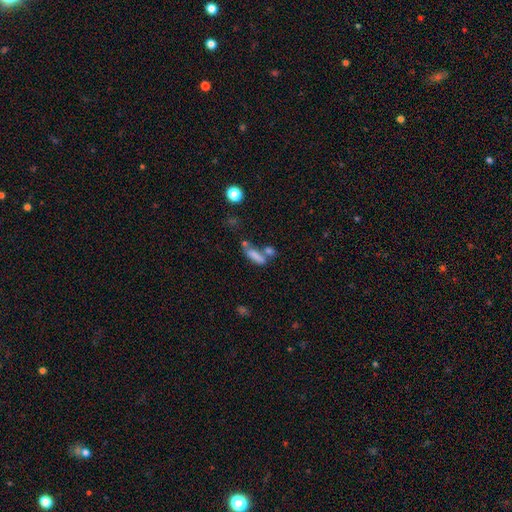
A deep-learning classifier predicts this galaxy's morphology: Smooth or featured? Predicted: smooth (p=0.72). How rounded? Predicted: cigar-shaped (p=0.52). Merging? Predicted: merger (p=0.39).